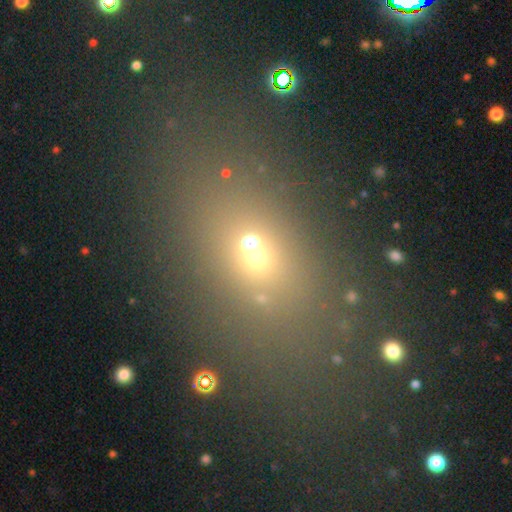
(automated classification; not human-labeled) Smooth or featured: smooth — 53% (star or artifact — 31%)
How rounded: in between — 68% (round — 27%)
Merging: none — 61% (merger — 18%)